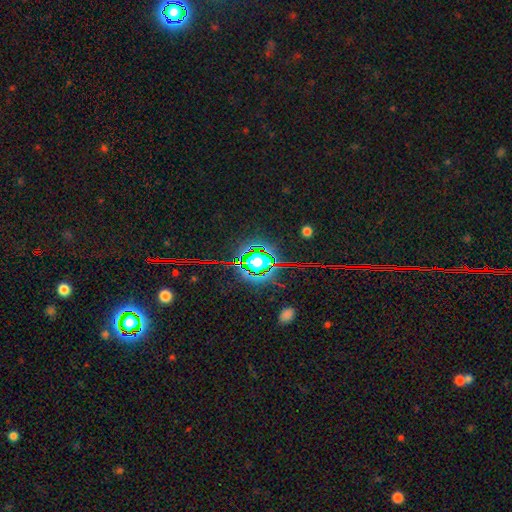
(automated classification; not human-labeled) smooth_or_featured: star or artifact (p=0.83) [alt: smooth p=0.10]